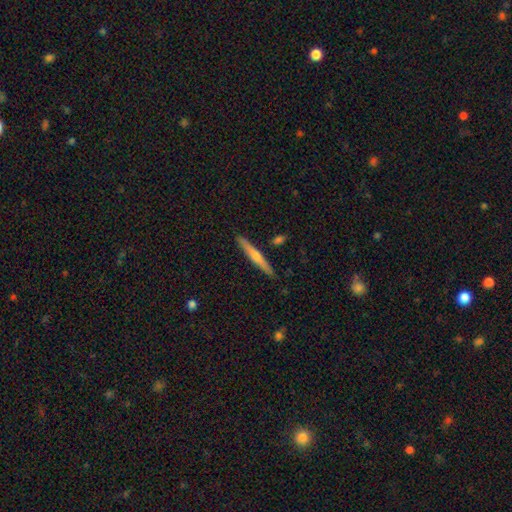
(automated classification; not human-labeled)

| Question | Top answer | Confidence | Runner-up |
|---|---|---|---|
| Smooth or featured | featured or disk | 67% | smooth (27%) |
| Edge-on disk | yes | 98% | no (2%) |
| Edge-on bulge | rounded | 80% | none (15%) |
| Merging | none | 90% | minor disturbance (6%) |